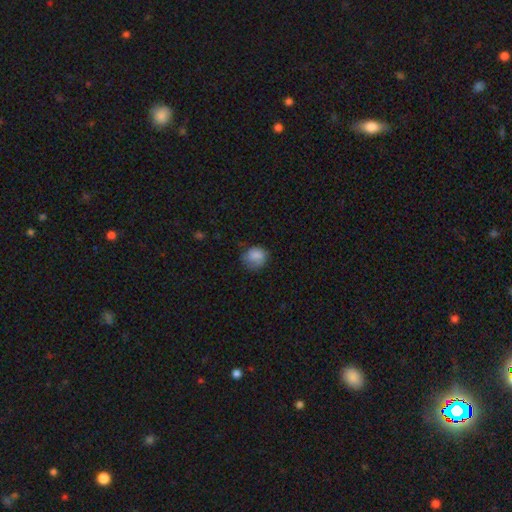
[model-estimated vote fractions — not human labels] This is likely a smooth galaxy (79%). How rounded: likely round (71%). Merging: possibly none (58%).